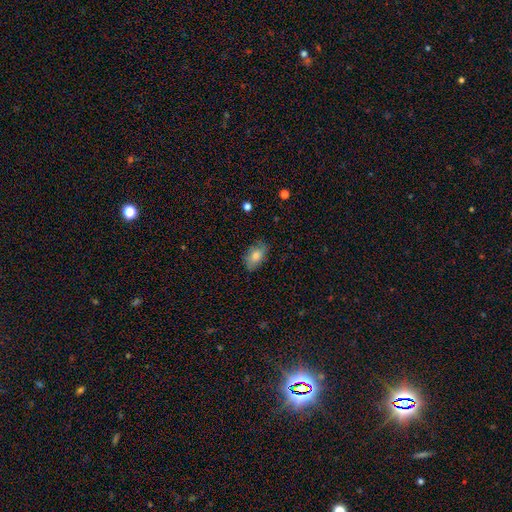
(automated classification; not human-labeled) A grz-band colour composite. It shows a smooth galaxy with no disk features (76%) that is in between round and cigar-shaped (90%). Merging: none (79%).